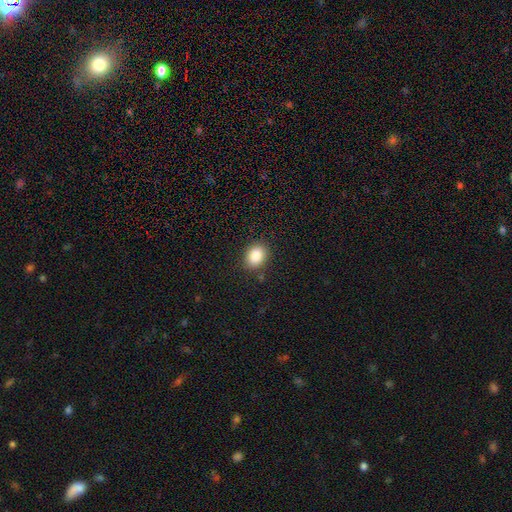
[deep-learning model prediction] Smooth or featured? Predicted: smooth (p=0.85). How rounded? Predicted: in between (p=0.52). Merging? Predicted: none (p=0.87).